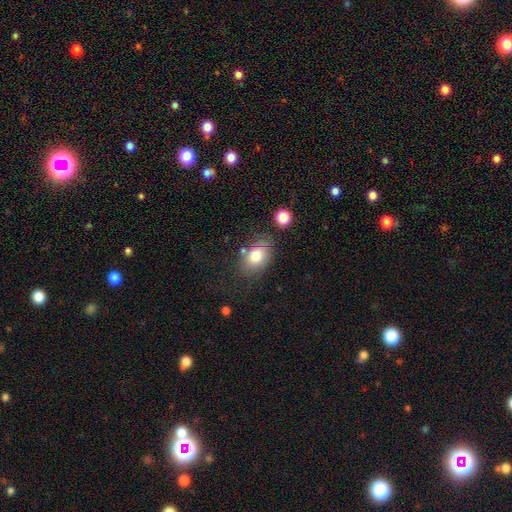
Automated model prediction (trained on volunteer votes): Smooth or featured? Predicted: smooth (p=0.77). How rounded? Predicted: in between (p=0.75). Merging? Predicted: none (p=0.69).